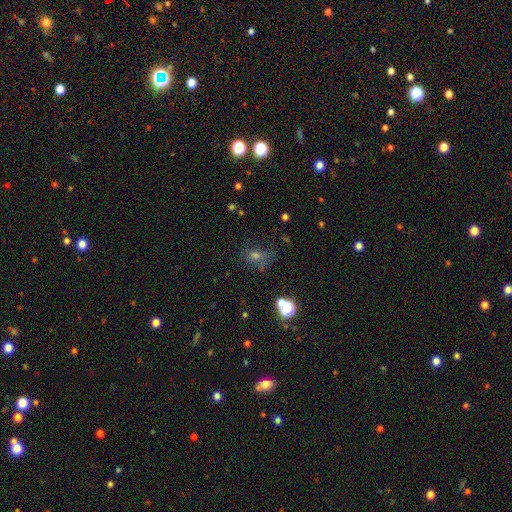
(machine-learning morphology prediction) smooth-or-featured: smooth: 48% | star or artifact: 35% | featured or disk: 17%
  merging: none: 56% | minor disturbance: 22% | major disturbance: 16% | merger: 5%